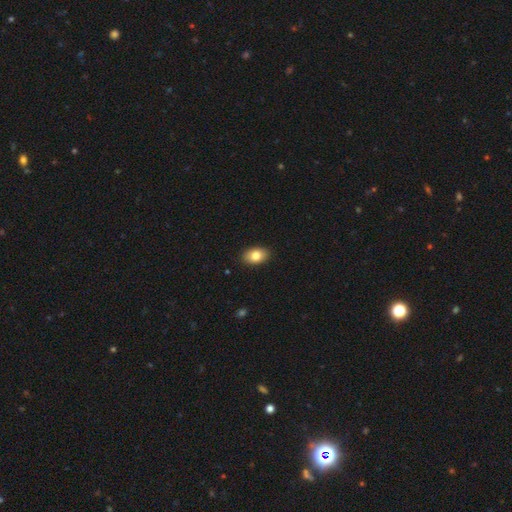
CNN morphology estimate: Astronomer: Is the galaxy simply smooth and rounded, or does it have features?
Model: smooth — 82%.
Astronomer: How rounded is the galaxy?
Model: in between — 86%.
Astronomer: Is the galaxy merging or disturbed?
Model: none — 90%.